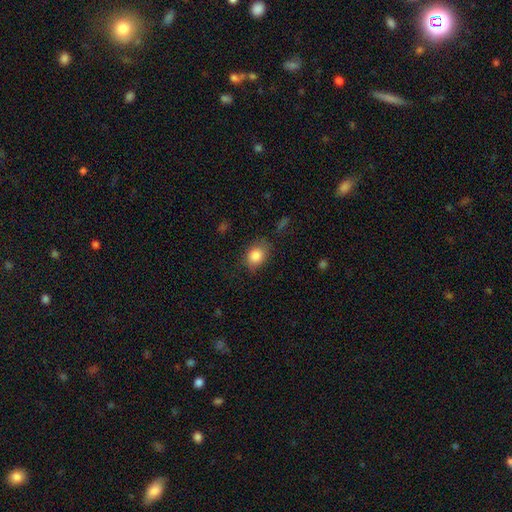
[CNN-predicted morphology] Smooth or featured: smooth — 85% (star or artifact — 9%)
How rounded: in between — 57% (round — 42%)
Merging: none — 74% (minor disturbance — 20%)